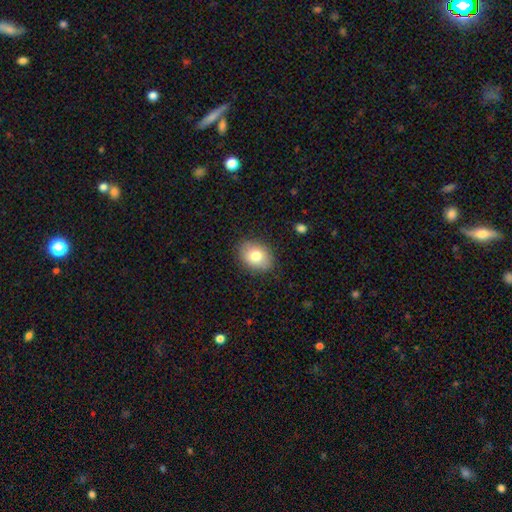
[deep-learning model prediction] Overall: smooth (79%). How rounded: in between (70%). Merging: none (86%).